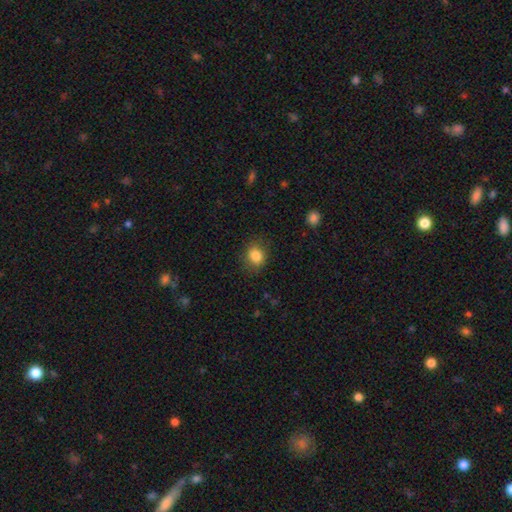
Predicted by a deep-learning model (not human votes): smooth-or-featured: smooth: 85% | star or artifact: 10% | featured or disk: 5%
  how-rounded: round: 61% | in between: 38% | cigar-shaped: 1%
  merging: none: 82% | minor disturbance: 13% | major disturbance: 4% | merger: 1%